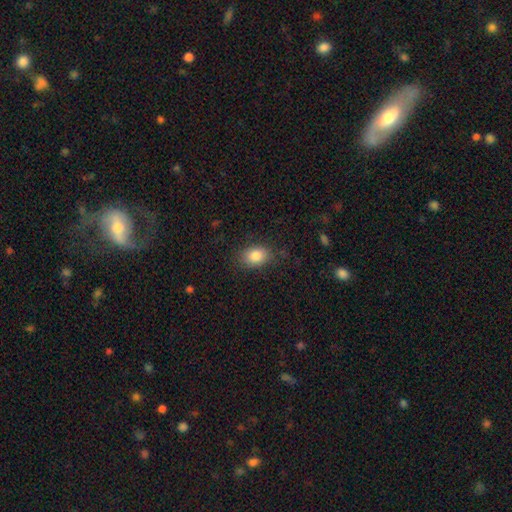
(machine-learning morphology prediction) smooth 85%, star or artifact 9%, featured or disk 7%. Down the decision tree: how rounded — in between (78%); merging — none (81%).